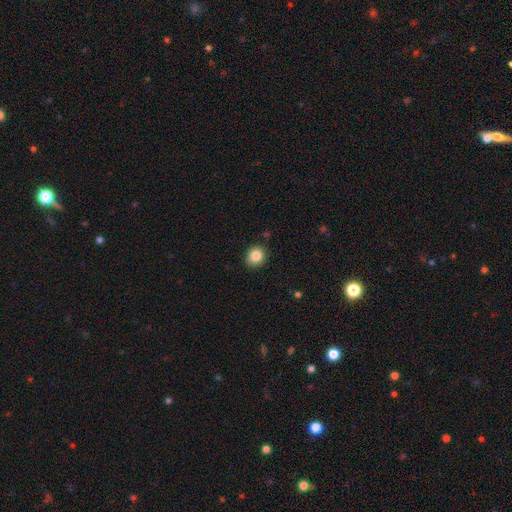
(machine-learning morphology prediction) smooth 84%, star or artifact 10%, featured or disk 6%. Down the decision tree: how rounded — round (71%); merging — none (89%).